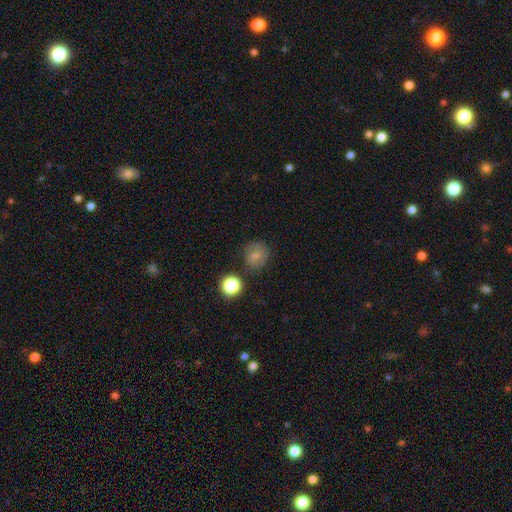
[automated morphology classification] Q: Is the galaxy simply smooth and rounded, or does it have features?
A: smooth — 72%.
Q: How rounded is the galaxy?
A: round — 84%.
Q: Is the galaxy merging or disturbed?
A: none — 76%.